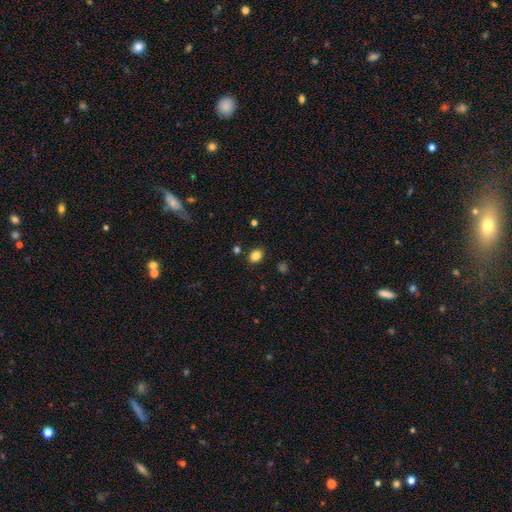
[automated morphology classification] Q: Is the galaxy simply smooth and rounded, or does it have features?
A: smooth — 84%.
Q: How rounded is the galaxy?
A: in between — 53%.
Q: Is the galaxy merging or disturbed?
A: none — 86%.